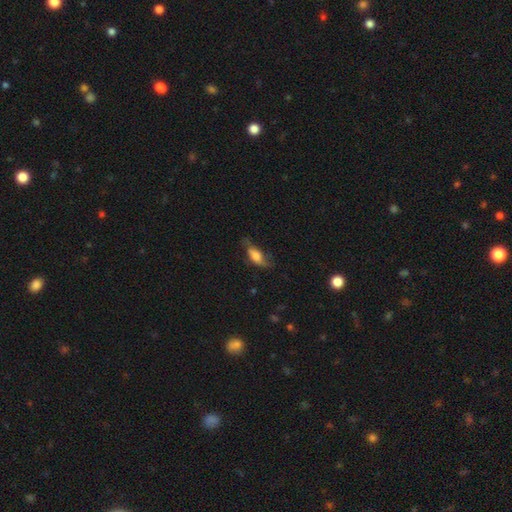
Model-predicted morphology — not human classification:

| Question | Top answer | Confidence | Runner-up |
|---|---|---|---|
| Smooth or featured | smooth | 57% | featured or disk (34%) |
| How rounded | in between | 78% | cigar-shaped (17%) |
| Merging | none | 49% | minor disturbance (30%) |